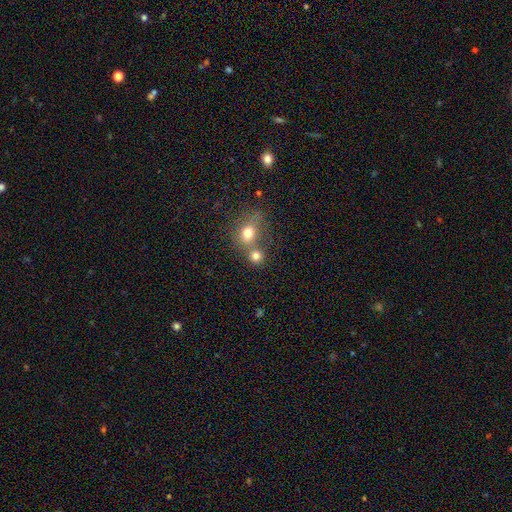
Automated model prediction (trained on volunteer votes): Smooth or featured? Predicted: smooth (p=0.78). How rounded? Predicted: round (p=0.82). Merging? Predicted: none (p=0.49).